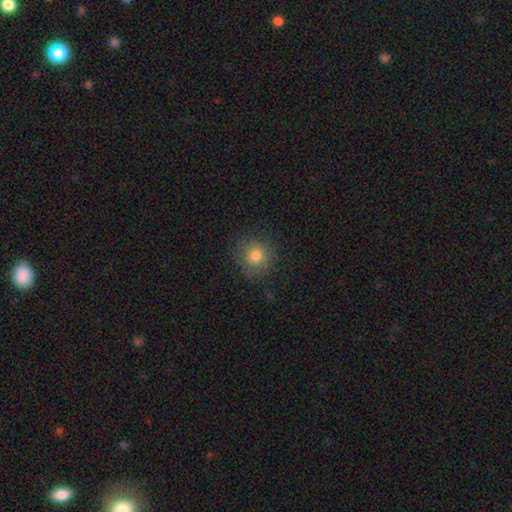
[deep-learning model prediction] Q: Smooth or featured?
A: smooth (79%); runner-up: star or artifact (12%)
Q: How rounded?
A: round (88%); runner-up: in between (11%)
Q: Merging?
A: none (81%); runner-up: minor disturbance (13%)